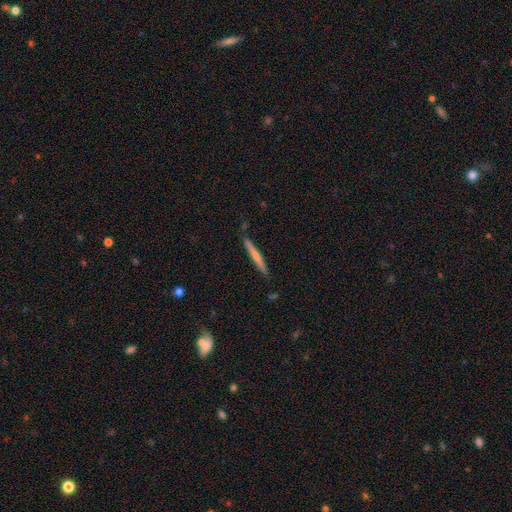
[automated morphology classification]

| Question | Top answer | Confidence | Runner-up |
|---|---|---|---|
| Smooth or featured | smooth | 51% | featured or disk (43%) |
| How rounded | cigar-shaped | 96% | in between (3%) |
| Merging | none | 86% | minor disturbance (10%) |